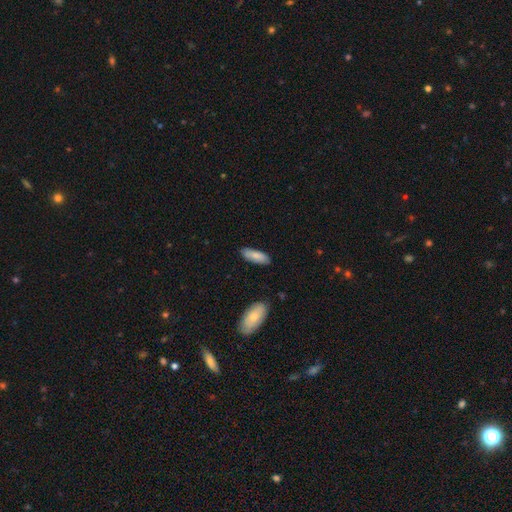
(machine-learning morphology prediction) The model was most divided on "how rounded": in between: 66%, cigar-shaped: 32%, round: 2%. More confident: merging — none (84%); smooth or featured — smooth (81%).